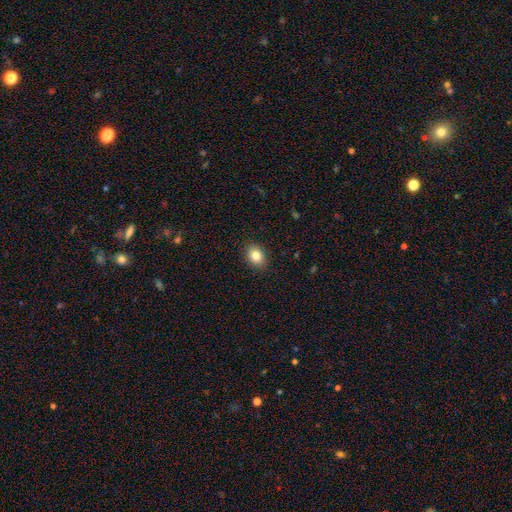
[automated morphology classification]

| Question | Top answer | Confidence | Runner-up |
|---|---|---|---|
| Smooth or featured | smooth | 84% | star or artifact (9%) |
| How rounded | in between | 59% | round (40%) |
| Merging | none | 90% | minor disturbance (8%) |